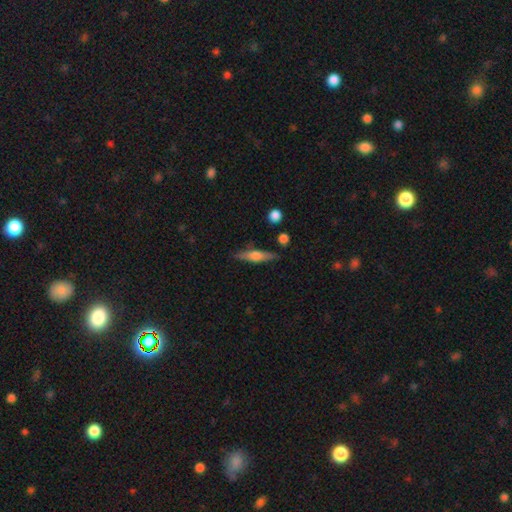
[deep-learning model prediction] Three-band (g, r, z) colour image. It shows a featured or disk galaxy (48%). Merging: none (83%).